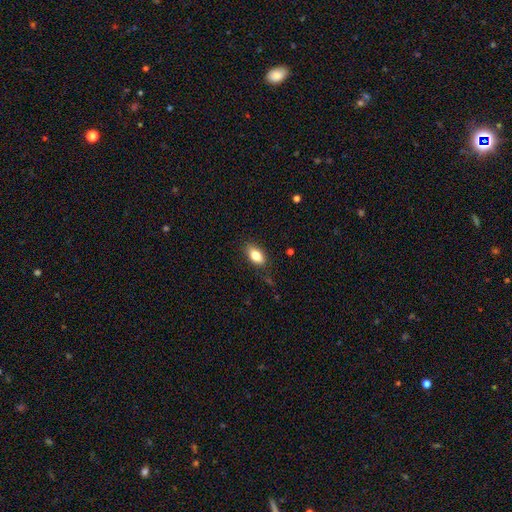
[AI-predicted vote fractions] This is clearly a smooth galaxy (82%). How rounded: clearly in between (89%). Merging: clearly none (83%).